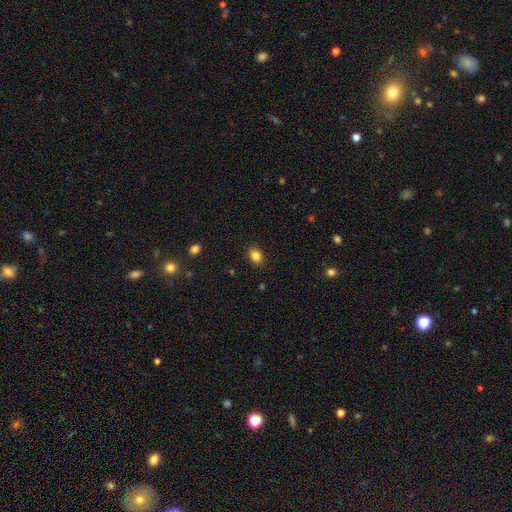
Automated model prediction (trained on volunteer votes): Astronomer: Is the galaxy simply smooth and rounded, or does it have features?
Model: smooth — 84%.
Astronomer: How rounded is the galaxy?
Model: in between — 59% (runner-up: round, 40%).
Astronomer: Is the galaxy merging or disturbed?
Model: none — 88%.